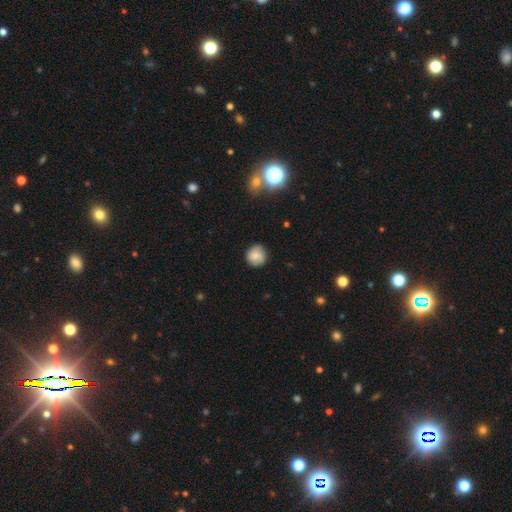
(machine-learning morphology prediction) smooth-or-featured: smooth: 67% | featured or disk: 24% | star or artifact: 9%
  how-rounded: round: 87% | in between: 12% | cigar-shaped: 1%
  merging: none: 78% | minor disturbance: 17% | major disturbance: 4% | merger: 2%